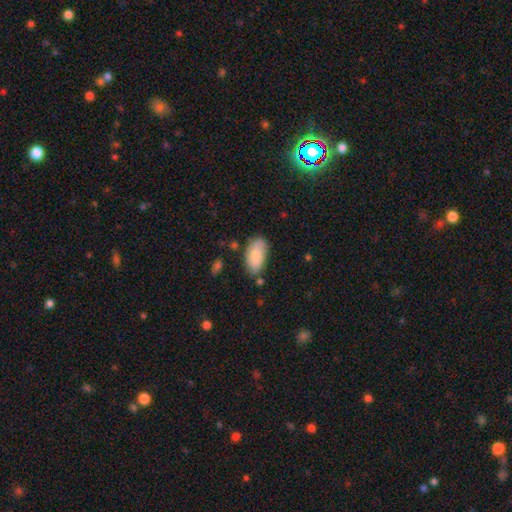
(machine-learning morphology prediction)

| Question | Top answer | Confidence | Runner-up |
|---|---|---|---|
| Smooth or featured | smooth | 81% | featured or disk (13%) |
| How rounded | in between | 94% | cigar-shaped (4%) |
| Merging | none | 70% | minor disturbance (22%) |